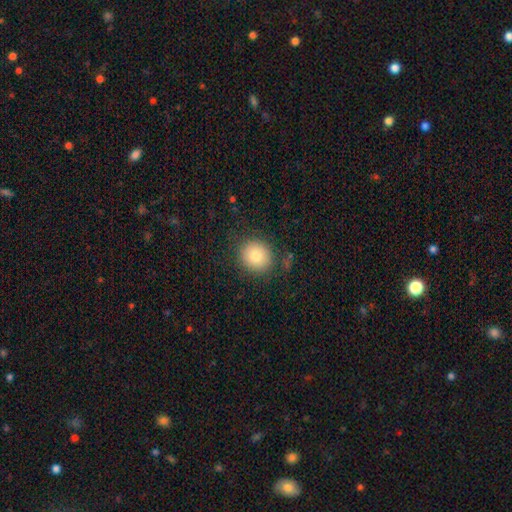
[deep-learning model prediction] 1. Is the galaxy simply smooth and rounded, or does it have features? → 81% smooth, 10% star or artifact, 9% featured or disk.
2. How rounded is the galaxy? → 88% round, 11% in between, 1% cigar-shaped.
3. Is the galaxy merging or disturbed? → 86% none, 9% minor disturbance, 3% major disturbance, 2% merger.